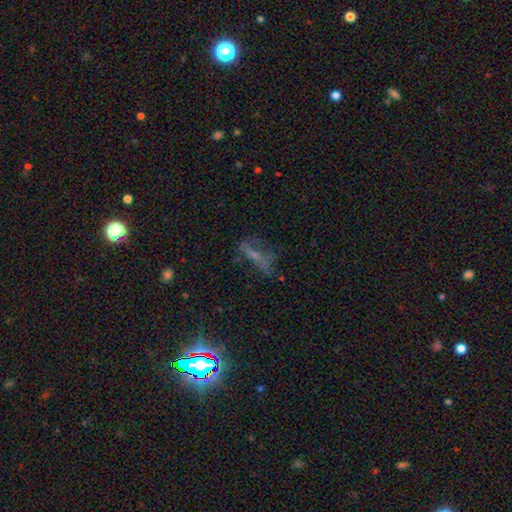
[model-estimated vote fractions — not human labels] Smooth or featured? Predicted: featured or disk (p=0.37). Merging? Predicted: none (p=0.50).